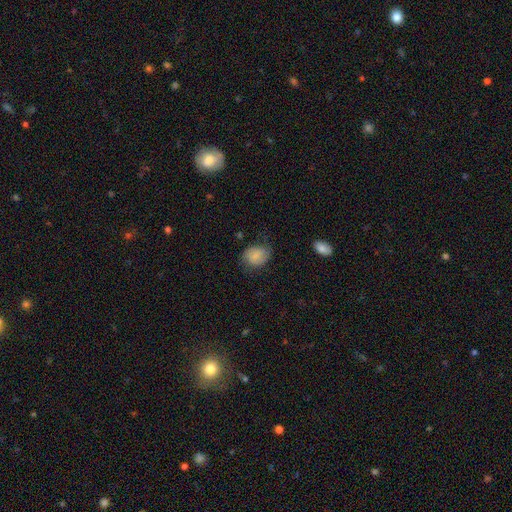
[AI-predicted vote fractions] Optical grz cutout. It shows a smooth galaxy with no disk features (72%) that is in between round and cigar-shaped (59%). Merging: none (66%).